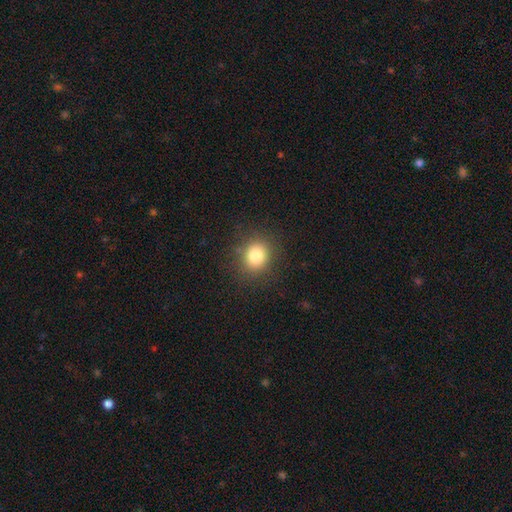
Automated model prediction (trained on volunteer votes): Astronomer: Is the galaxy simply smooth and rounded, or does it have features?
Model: smooth — 81%.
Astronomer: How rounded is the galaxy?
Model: round — 79%.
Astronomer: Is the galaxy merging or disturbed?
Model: none — 87%.